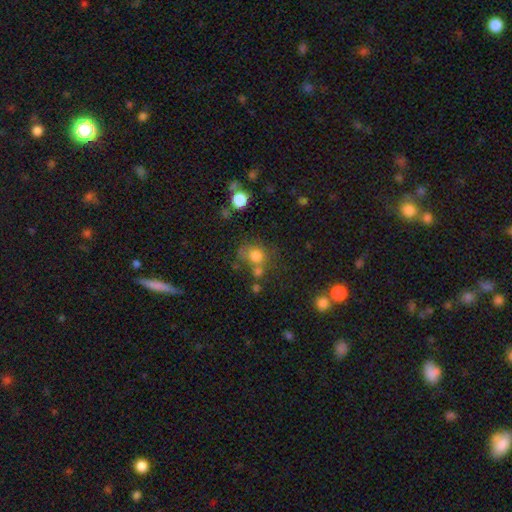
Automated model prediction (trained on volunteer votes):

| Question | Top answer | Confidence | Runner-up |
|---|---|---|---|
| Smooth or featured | smooth | 75% | star or artifact (14%) |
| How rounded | round | 71% | in between (28%) |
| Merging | none | 45% | merger (26%) |